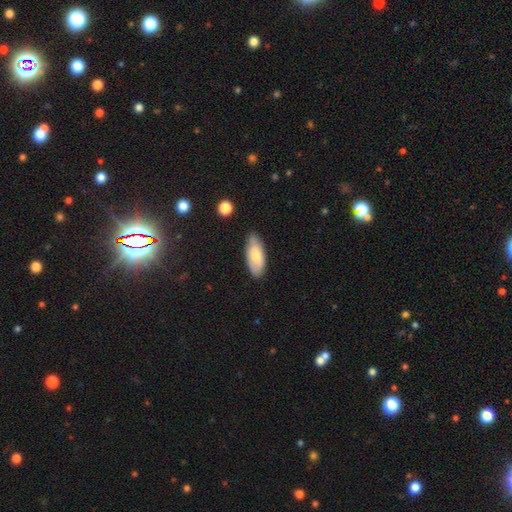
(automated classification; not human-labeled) This is likely a smooth galaxy (69%). How rounded: clearly in between (85%). Merging: likely none (73%).